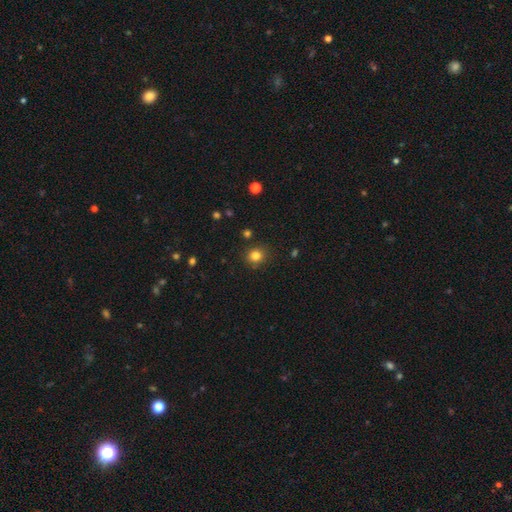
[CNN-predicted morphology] Smooth or featured? Predicted: smooth (p=0.82). How rounded? Predicted: round (p=0.85). Merging? Predicted: none (p=0.87).